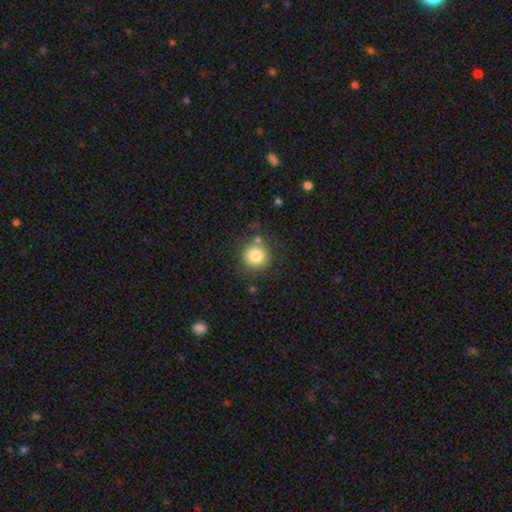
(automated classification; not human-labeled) Smooth or featured? smooth (82%)
How rounded? round (93%)
Merging? none (78%)